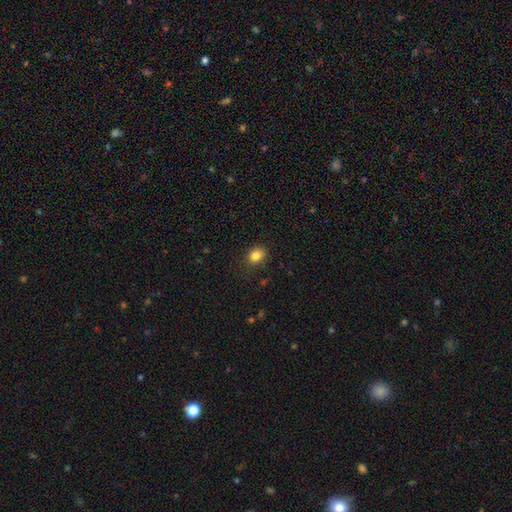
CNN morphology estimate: A smooth galaxy with no disk features (83%) that is in between round and cigar-shaped (60%). Merging: none (85%).